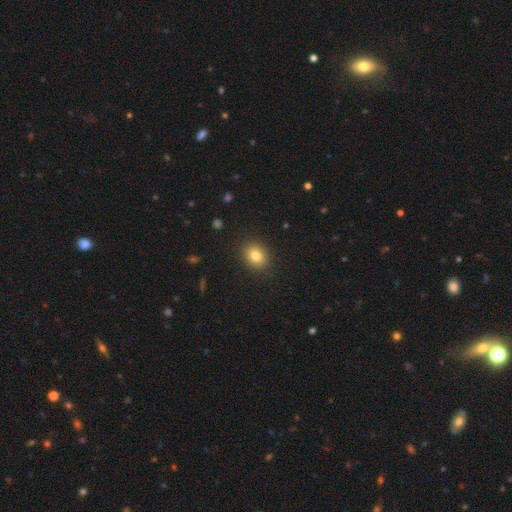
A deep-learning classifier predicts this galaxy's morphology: This appears to be a smooth galaxy with no disk features (82%) that is round (56%). Merging: none (89%).